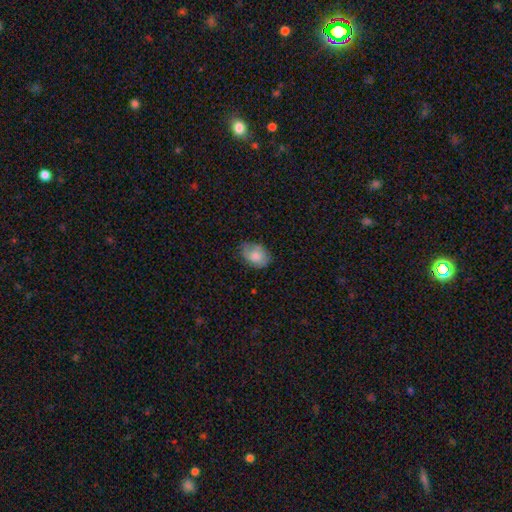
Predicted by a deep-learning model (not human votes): Q: Smooth or featured?
A: smooth (71%); runner-up: featured or disk (22%)
Q: How rounded?
A: in between (79%); runner-up: round (20%)
Q: Merging?
A: none (68%); runner-up: minor disturbance (25%)